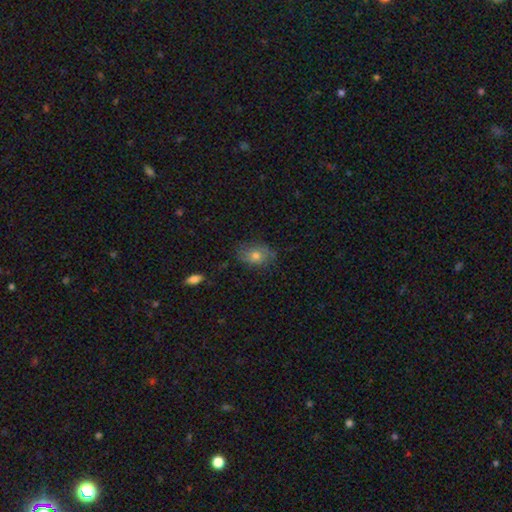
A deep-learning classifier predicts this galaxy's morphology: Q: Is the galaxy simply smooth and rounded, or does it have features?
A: smooth — 69%.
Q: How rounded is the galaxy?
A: in between — 72%.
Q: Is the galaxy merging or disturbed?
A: none — 70%.